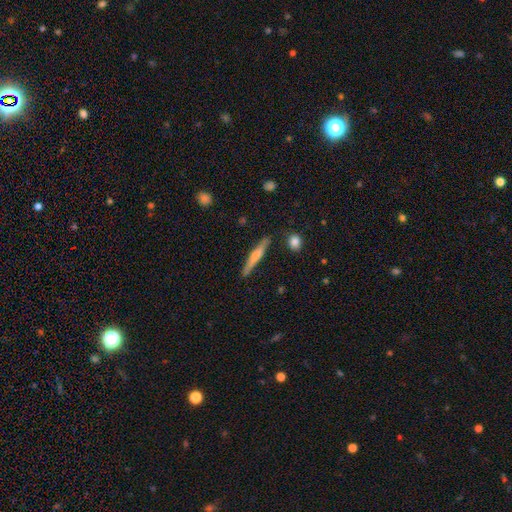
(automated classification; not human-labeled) This appears to be a smooth galaxy with no disk features (52%) that is cigar-shaped (94%). Merging: none (84%).